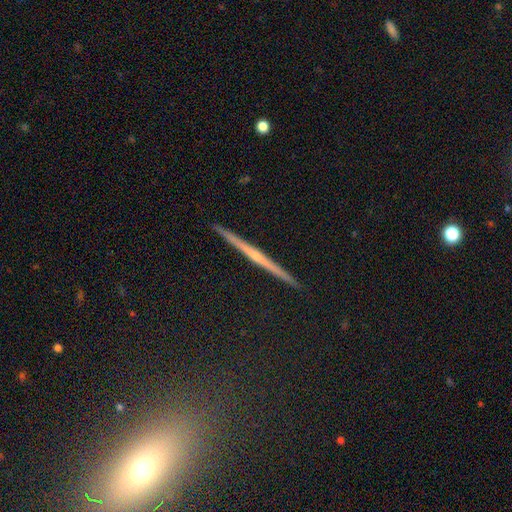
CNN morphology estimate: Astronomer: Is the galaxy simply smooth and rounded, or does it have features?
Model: featured or disk — 70%.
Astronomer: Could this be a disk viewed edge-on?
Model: yes — 98%.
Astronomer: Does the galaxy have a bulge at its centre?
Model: rounded — 52% (runner-up: none, 42%).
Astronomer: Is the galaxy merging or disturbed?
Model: none — 93%.